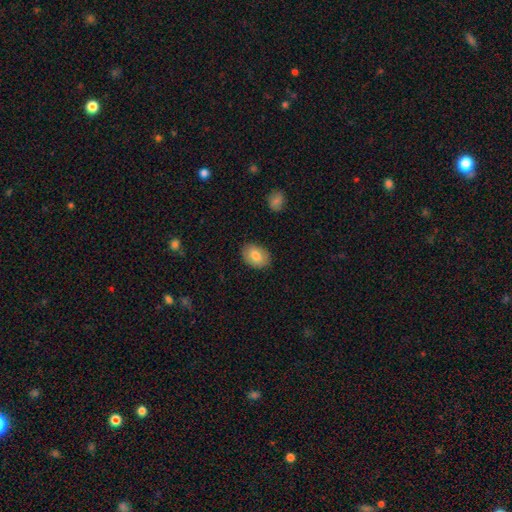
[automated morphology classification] Smooth or featured? Predicted: smooth (p=0.79). How rounded? Predicted: in between (p=0.80). Merging? Predicted: none (p=0.87).